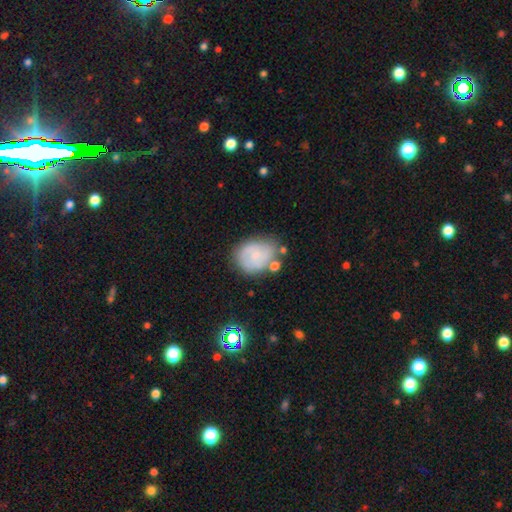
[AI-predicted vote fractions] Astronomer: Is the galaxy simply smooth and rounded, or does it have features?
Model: featured or disk — 51% (runner-up: smooth, 40%).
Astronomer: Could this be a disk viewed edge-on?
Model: no — 97%.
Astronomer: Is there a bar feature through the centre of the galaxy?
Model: no — 68%.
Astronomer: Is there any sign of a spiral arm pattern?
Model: yes — 81%.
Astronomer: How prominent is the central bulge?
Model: small — 64%.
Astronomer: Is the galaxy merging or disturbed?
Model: none — 60%.